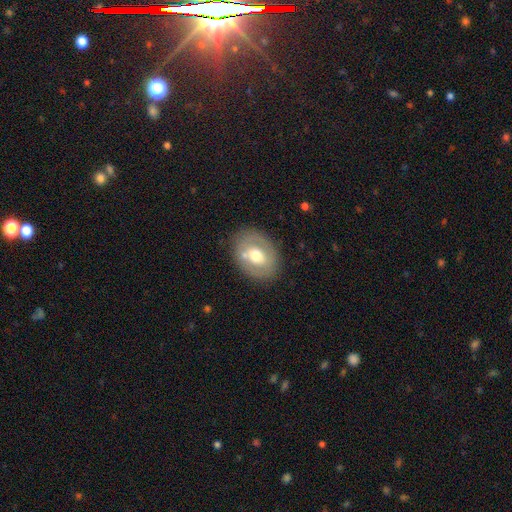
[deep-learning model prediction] This is possibly a smooth galaxy (47%). Merging: likely none (75%).